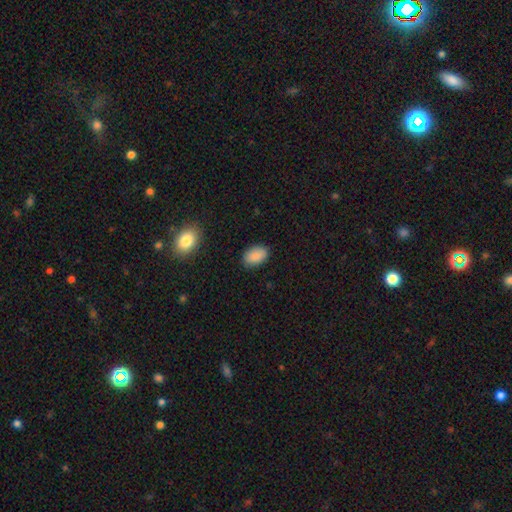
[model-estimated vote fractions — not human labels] The model was most divided on "merging": none: 85%, minor disturbance: 11%, major disturbance: 3%, merger: 1%. More confident: how rounded — in between (89%); smooth or featured — smooth (89%).